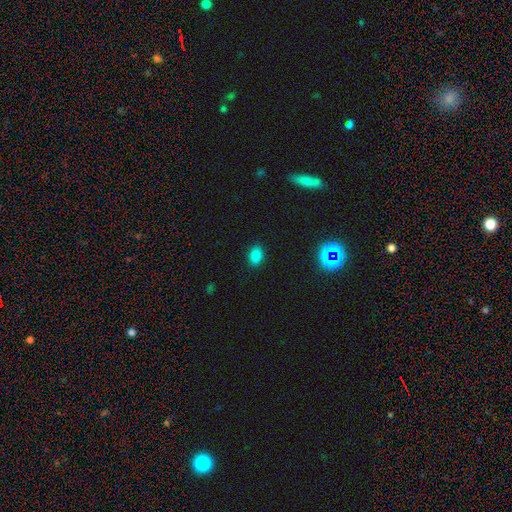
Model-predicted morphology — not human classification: type=smooth (83%); roundness=in between (83%); merging=none (88%).